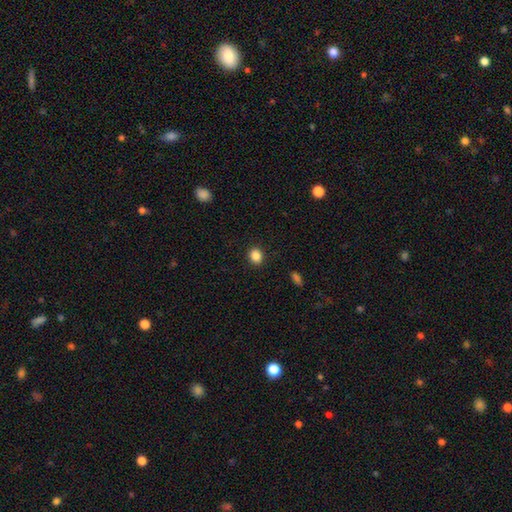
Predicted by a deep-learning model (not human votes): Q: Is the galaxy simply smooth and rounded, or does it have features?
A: smooth — 87%.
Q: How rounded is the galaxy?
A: round — 65%.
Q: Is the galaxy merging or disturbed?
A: none — 91%.